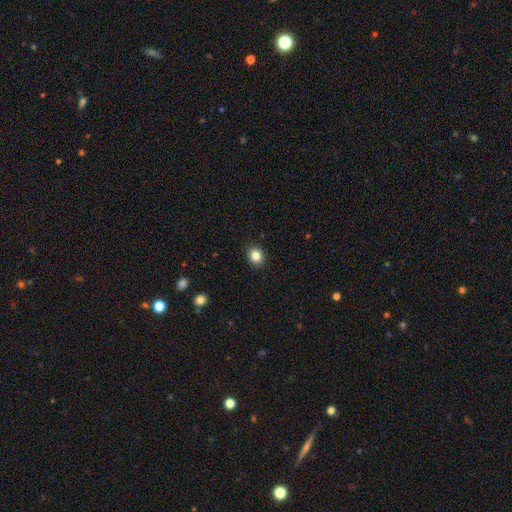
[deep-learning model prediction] Smooth or featured: smooth — 85% (star or artifact — 10%)
How rounded: round — 58% (in between — 41%)
Merging: none — 90% (minor disturbance — 7%)